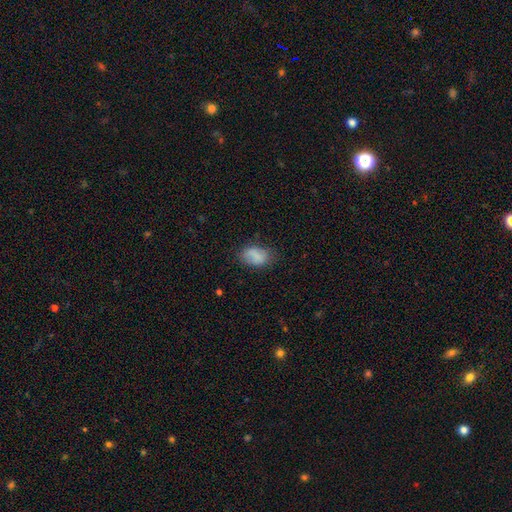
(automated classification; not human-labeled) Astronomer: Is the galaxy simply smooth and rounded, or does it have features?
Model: smooth — 80%.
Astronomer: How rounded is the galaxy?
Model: in between — 87%.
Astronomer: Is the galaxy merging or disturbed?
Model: none — 68%.